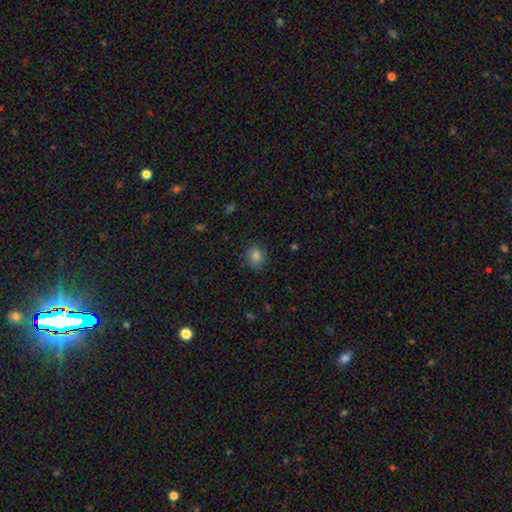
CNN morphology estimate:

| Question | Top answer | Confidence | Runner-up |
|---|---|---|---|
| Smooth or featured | smooth | 82% | star or artifact (12%) |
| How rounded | round | 70% | in between (29%) |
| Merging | none | 81% | minor disturbance (14%) |